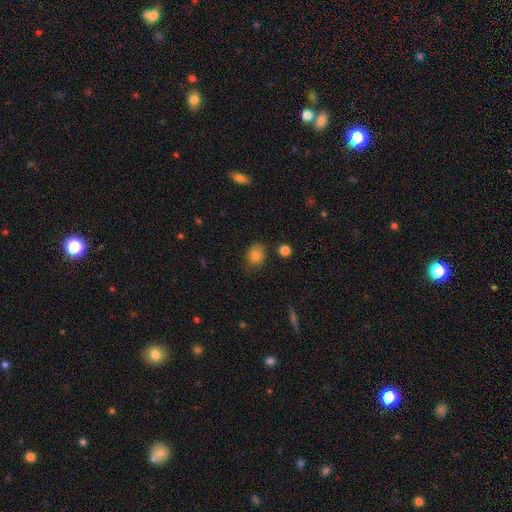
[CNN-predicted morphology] Q: Smooth or featured?
A: smooth (81%); runner-up: star or artifact (11%)
Q: How rounded?
A: round (55%); runner-up: in between (44%)
Q: Merging?
A: none (73%); runner-up: minor disturbance (20%)